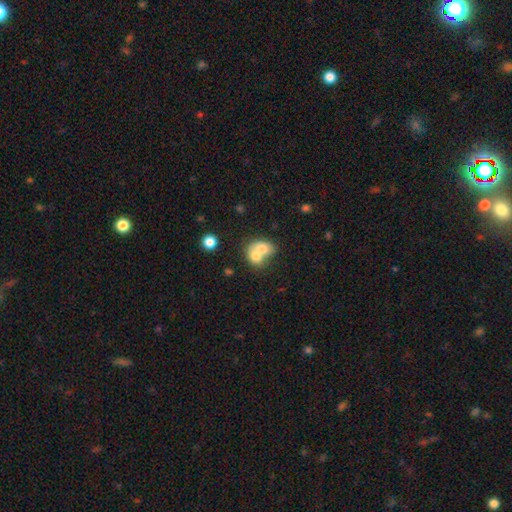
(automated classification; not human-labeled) A smooth galaxy with no disk features (70%) that is in between round and cigar-shaped (56%). Merging: merger (75%).